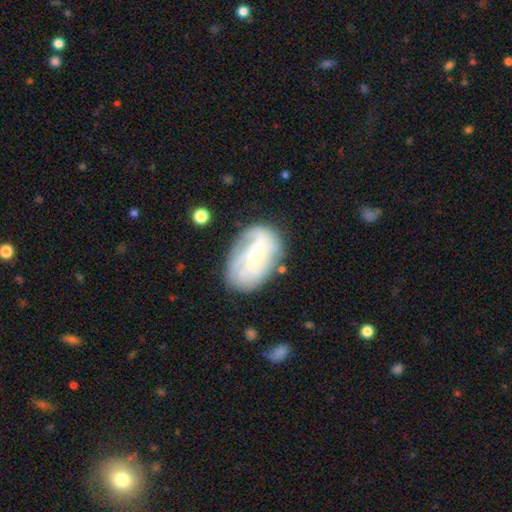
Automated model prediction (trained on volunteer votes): The model was most divided on "spiral winding": tight: 47%, medium: 34%, loose: 19%. Remaining: edge-on disk — no (96%); spiral arms — yes (86%); smooth or featured — featured or disk (71%); merging — none (68%); bulge size — small (58%); bar — no (53%); spiral arm count — can't tell (41%).